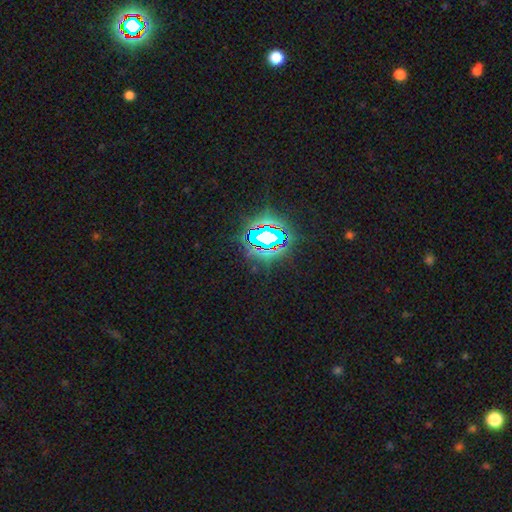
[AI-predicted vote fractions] A star or artifact, not a galaxy (83%).

Vote fractions:
- Smooth or featured? star or artifact: 83% / smooth: 10% / featured or disk: 7%